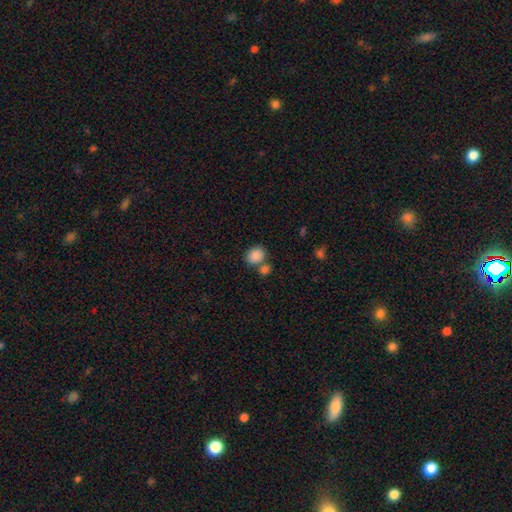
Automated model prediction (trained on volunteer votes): A smooth galaxy with no disk features (87%) that is round (51%).

Vote fractions:
- Smooth or featured? smooth: 87% / star or artifact: 9% / featured or disk: 5%
- How rounded? round: 51% / in between: 48% / cigar-shaped: 1%
- Merging? none: 58% / merger: 27% / minor disturbance: 12% / major disturbance: 4%